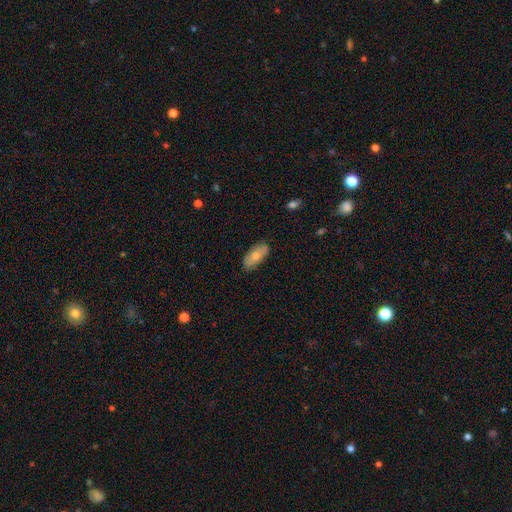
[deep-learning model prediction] The model was most divided on "smooth or featured": smooth: 72%, featured or disk: 22%, star or artifact: 6%. More confident: how rounded — in between (88%); merging — none (82%).